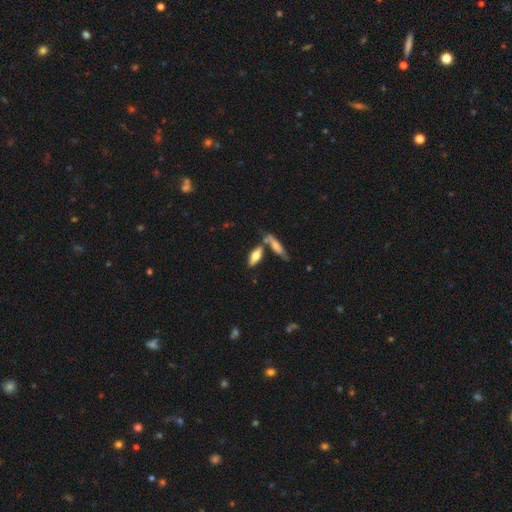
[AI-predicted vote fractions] smooth 60%, featured or disk 33%, star or artifact 7%. Down the decision tree: how rounded — in between (63%); merging — none (62%).